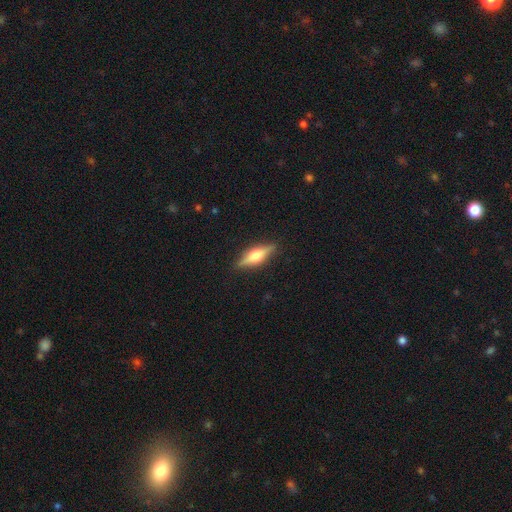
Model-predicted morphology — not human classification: Smooth or featured: featured or disk — 59% (smooth — 34%)
Edge-on disk: yes — 95% (no — 5%)
Edge-on bulge: rounded — 90% (boxy — 7%)
Merging: none — 88% (minor disturbance — 9%)